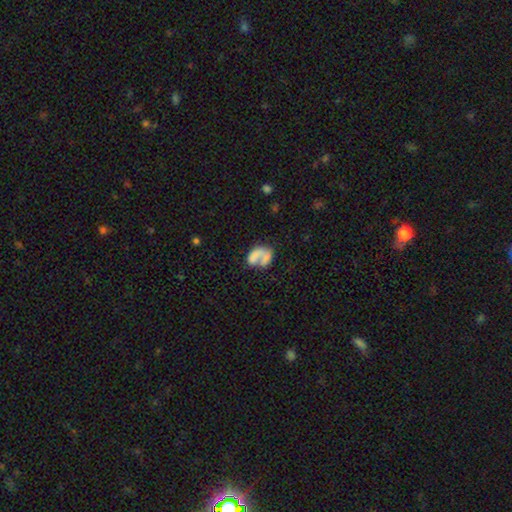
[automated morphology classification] Q: Smooth or featured?
A: smooth (56%); runner-up: featured or disk (35%)
Q: How rounded?
A: in between (74%); runner-up: round (24%)
Q: Merging?
A: none (31%); runner-up: merger (28%)